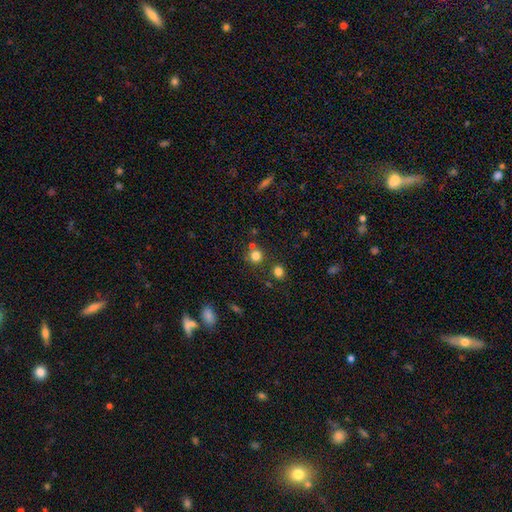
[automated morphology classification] A smooth galaxy with no disk features (79%) that is round (89%).

Vote fractions:
- Smooth or featured? smooth: 79% / star or artifact: 15% / featured or disk: 6%
- How rounded? round: 89% / in between: 10% / cigar-shaped: 1%
- Merging? none: 69% / merger: 17% / minor disturbance: 9% / major disturbance: 4%